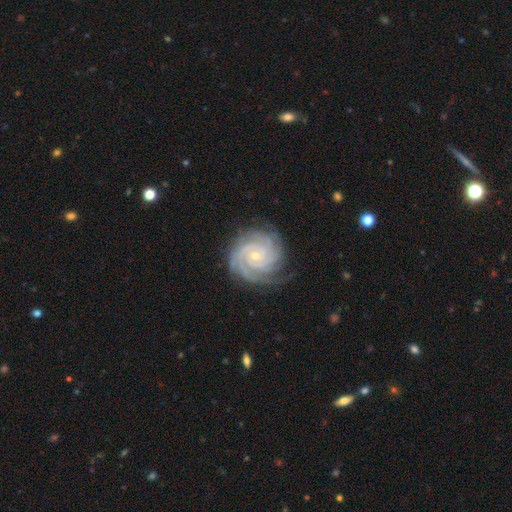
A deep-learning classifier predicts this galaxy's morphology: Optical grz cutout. It shows a featured or disk galaxy (91%) with no bar (72%), 4 (31%) tight (83%) spiral arms (99%) and a small central bulge (73%). Merging: none (80%).